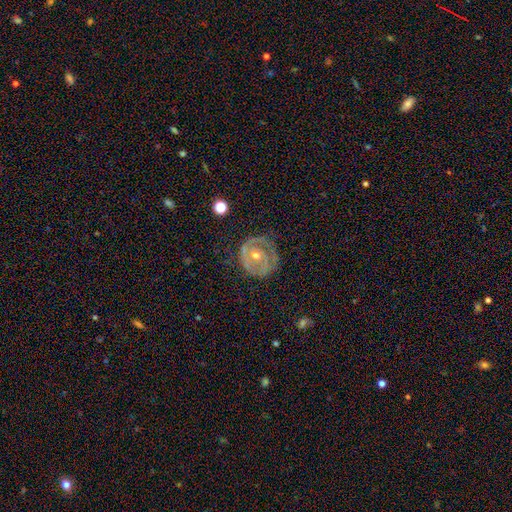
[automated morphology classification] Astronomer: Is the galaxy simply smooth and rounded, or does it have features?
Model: featured or disk — 74%.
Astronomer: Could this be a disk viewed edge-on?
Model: no — 97%.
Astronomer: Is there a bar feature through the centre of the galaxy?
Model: no — 72%.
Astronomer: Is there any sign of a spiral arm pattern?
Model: yes — 62% (runner-up: no, 38%).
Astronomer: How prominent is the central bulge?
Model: moderate — 52% (runner-up: small, 45%).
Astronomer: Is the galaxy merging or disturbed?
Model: none — 67%.